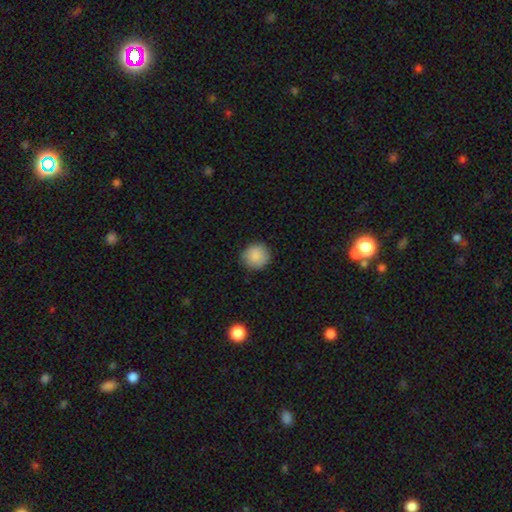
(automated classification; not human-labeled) A smooth galaxy with no disk features (87%) that is round (92%). Merging: none (86%).